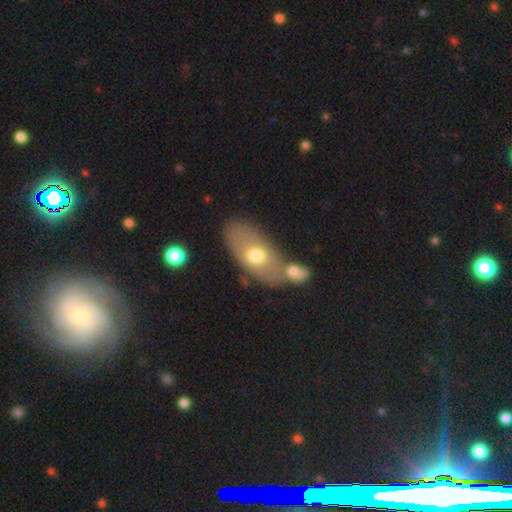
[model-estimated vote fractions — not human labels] Smooth or featured? smooth (62%)
How rounded? in between (87%)
Merging? none (47%)